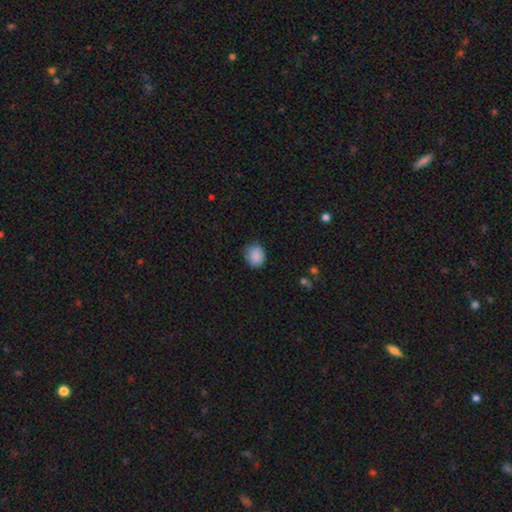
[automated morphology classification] smooth_or_featured: smooth (p=0.88) [alt: star or artifact p=0.09]
how_rounded: round (p=0.61) [alt: in between p=0.38]
merging: none (p=0.79) [alt: minor disturbance p=0.17]